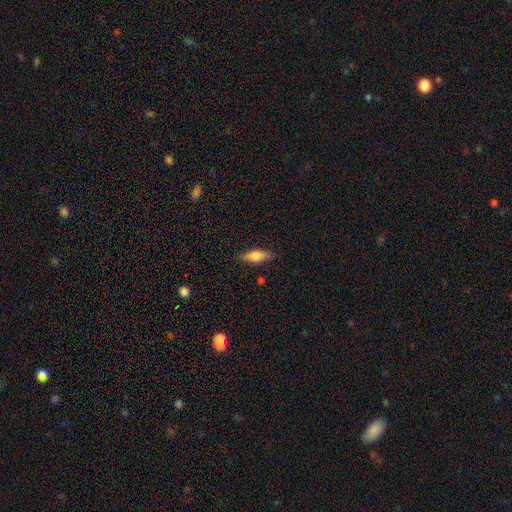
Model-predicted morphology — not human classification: type=smooth (64%); roundness=in between (61%); merging=none (84%).